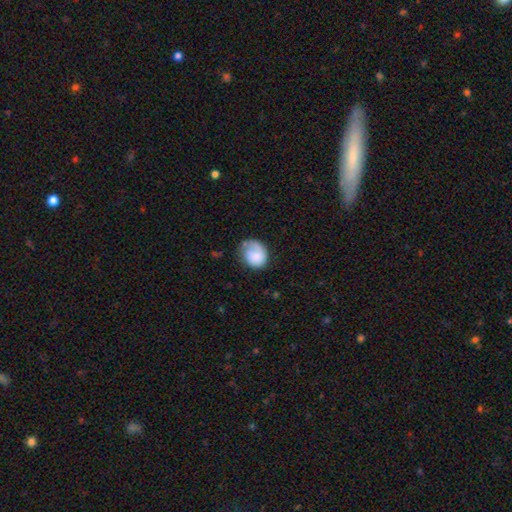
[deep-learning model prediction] Smooth or featured: smooth — 68% (featured or disk — 26%)
How rounded: round — 56% (in between — 43%)
Merging: none — 47% (minor disturbance — 31%)